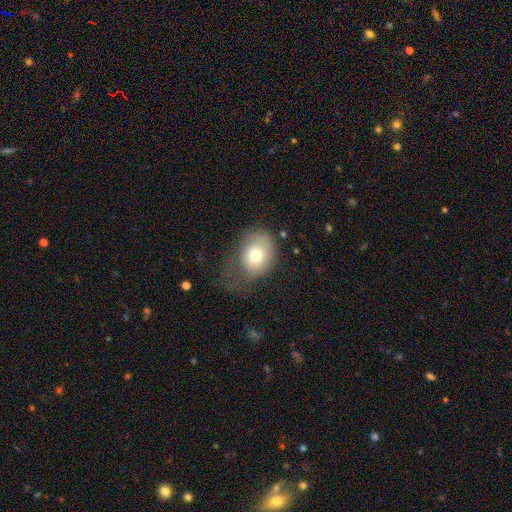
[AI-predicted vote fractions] Smooth or featured: smooth — 73% (featured or disk — 17%)
How rounded: in between — 59% (round — 41%)
Merging: none — 34% (tied with major disturbance — 34%)